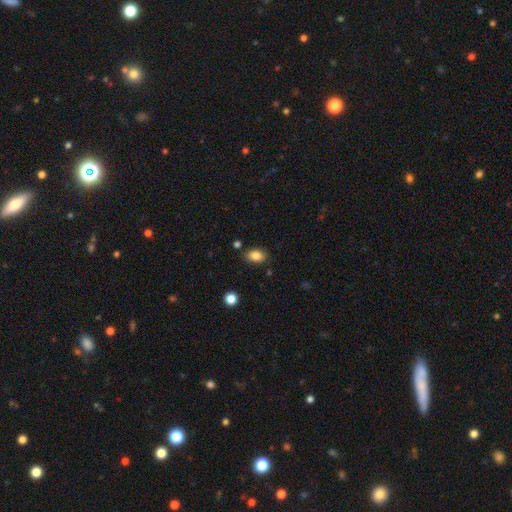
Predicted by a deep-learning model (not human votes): This appears to be a smooth galaxy with no disk features (85%) that is in between round and cigar-shaped (86%). Merging: none (83%).